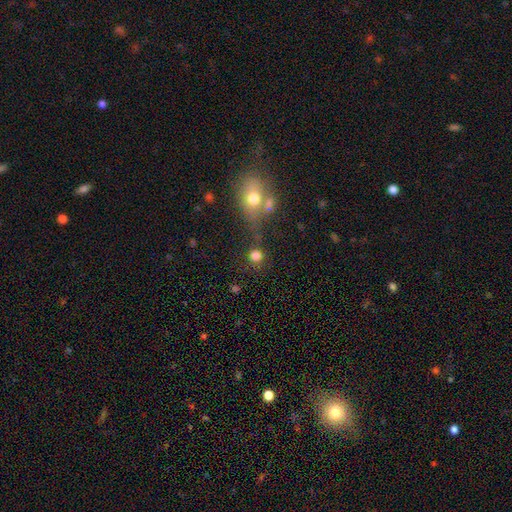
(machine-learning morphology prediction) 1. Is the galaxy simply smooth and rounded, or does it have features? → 80% smooth, 13% star or artifact, 7% featured or disk.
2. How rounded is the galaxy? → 91% round, 8% in between, 1% cigar-shaped.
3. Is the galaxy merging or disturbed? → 69% none, 15% merger, 10% minor disturbance, 6% major disturbance.